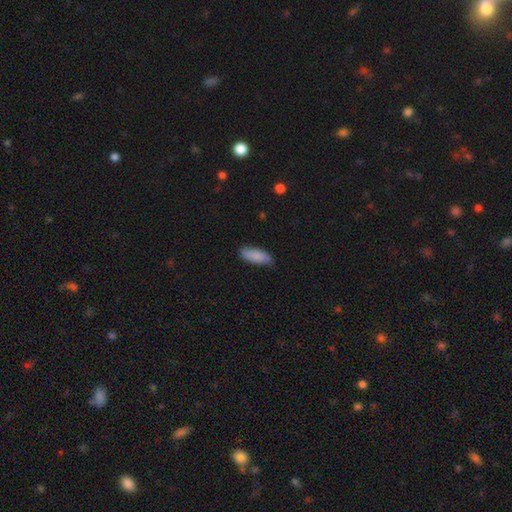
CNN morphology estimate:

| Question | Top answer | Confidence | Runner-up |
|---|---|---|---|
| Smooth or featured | smooth | 87% | featured or disk (7%) |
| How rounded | in between | 72% | cigar-shaped (26%) |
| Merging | none | 84% | minor disturbance (13%) |